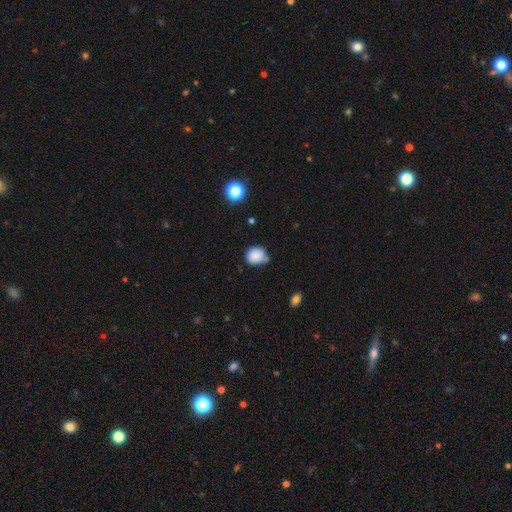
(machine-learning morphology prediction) A smooth galaxy with no disk features (85%) that is round (76%). Merging: none (55%).